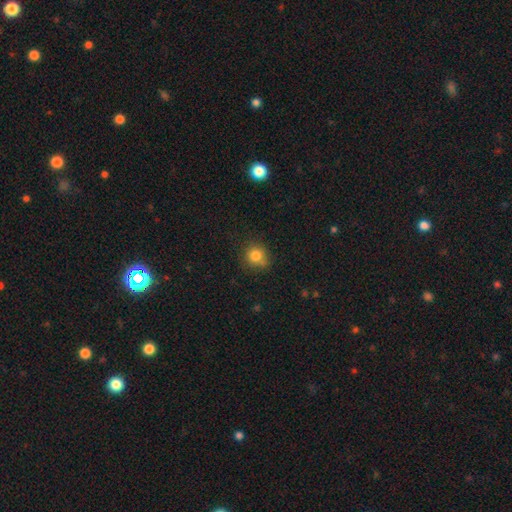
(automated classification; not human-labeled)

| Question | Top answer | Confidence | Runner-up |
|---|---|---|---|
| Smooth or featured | smooth | 82% | star or artifact (12%) |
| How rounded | round | 89% | in between (10%) |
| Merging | none | 73% | minor disturbance (16%) |